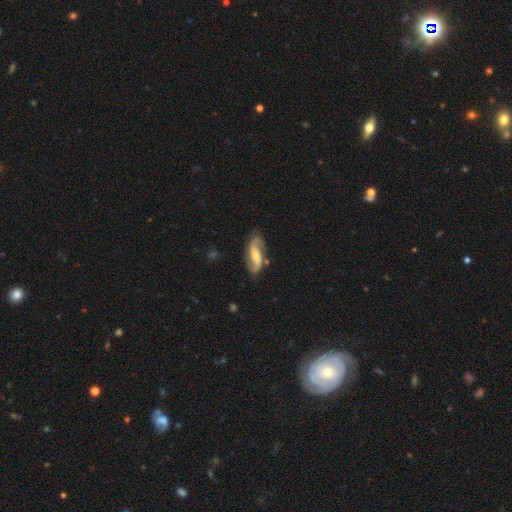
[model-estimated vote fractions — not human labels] Overall: featured or disk (84%). Edge-on disk: no (95%). Bar: weak (38%; no 37%). Spiral arms: yes (96%). Spiral arm count: 2 (92%). Spiral winding: medium (43%; loose 42%). Bulge size: moderate (51%; small 39%). Merging: none (77%).